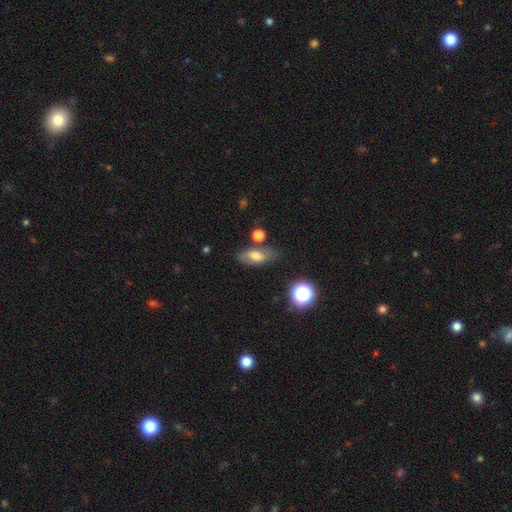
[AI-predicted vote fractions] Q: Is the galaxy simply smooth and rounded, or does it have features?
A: smooth — 59%.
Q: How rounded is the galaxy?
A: in between — 81%.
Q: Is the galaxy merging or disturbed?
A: none — 65%.